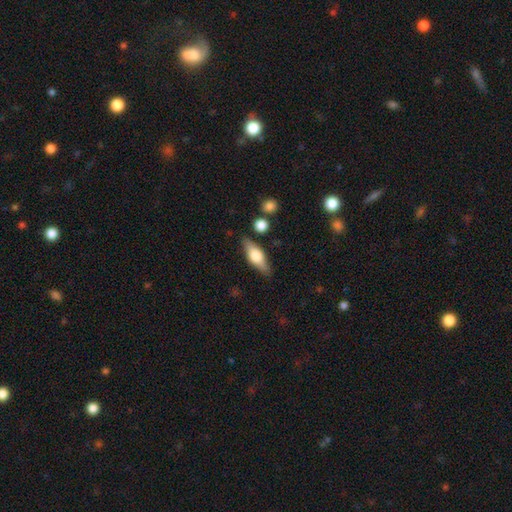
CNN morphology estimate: A smooth galaxy with no disk features (50%).

Vote fractions:
- Smooth or featured? smooth: 50% / featured or disk: 44% / star or artifact: 6%
- Merging? none: 83% / minor disturbance: 11% / merger: 3% / major disturbance: 3%